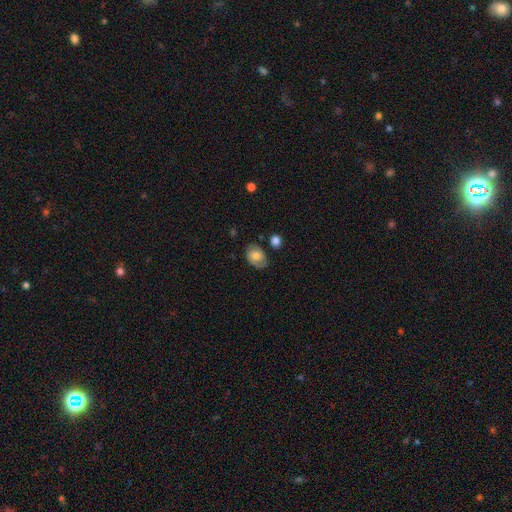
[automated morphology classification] smooth-or-featured: smooth: 61% | featured or disk: 32% | star or artifact: 8%
  how-rounded: in between: 76% | round: 22% | cigar-shaped: 1%
  merging: none: 67% | minor disturbance: 22% | major disturbance: 7% | merger: 4%